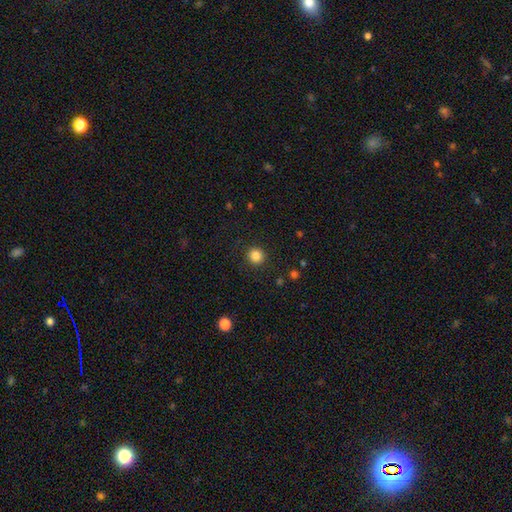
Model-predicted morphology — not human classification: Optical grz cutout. It shows a smooth galaxy with no disk features (85%) that is round (93%). Merging: none (91%).